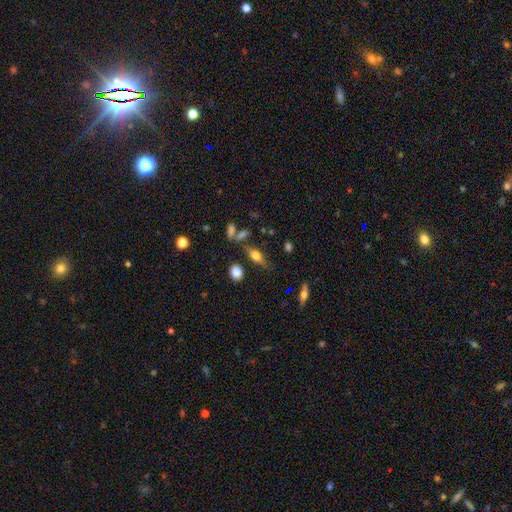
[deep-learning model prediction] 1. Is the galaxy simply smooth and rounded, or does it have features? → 58% smooth, 32% featured or disk, 10% star or artifact.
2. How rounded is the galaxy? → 63% in between, 30% cigar-shaped, 7% round.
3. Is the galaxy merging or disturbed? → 69% none, 17% minor disturbance, 8% merger, 6% major disturbance.